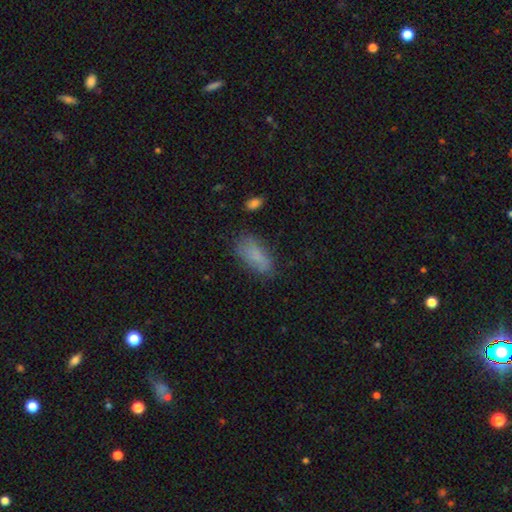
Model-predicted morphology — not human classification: smooth 76%, featured or disk 16%, star or artifact 9%. Down the decision tree: how rounded — in between (87%); merging — none (68%).